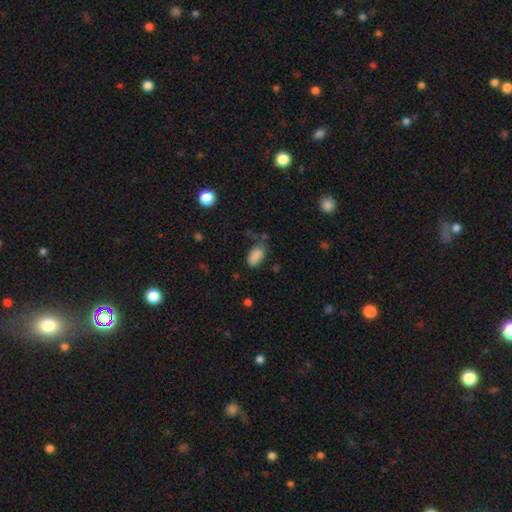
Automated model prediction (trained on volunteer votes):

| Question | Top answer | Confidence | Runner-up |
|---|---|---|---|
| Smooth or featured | smooth | 87% | star or artifact (9%) |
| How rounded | in between | 94% | round (4%) |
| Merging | none | 68% | minor disturbance (22%) |